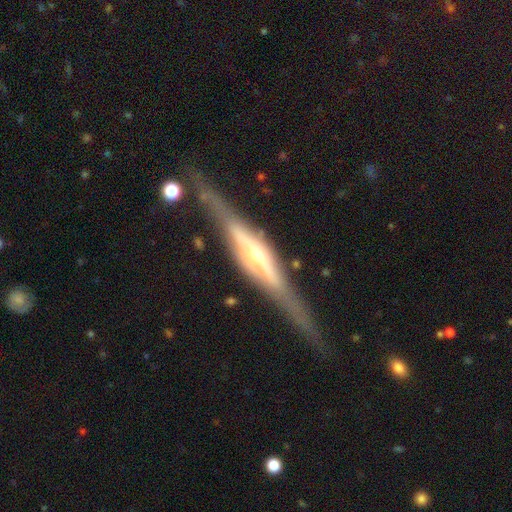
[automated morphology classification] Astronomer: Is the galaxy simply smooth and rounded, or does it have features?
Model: featured or disk — 86%.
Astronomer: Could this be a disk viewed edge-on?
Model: yes — 97%.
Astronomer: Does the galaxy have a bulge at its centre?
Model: rounded — 77%.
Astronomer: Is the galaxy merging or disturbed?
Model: none — 82%.